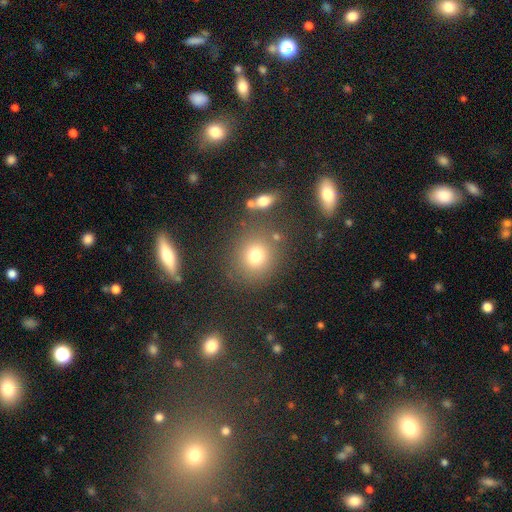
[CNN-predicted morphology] This is likely a smooth galaxy (76%). How rounded: clearly round (82%). Merging: likely none (78%).